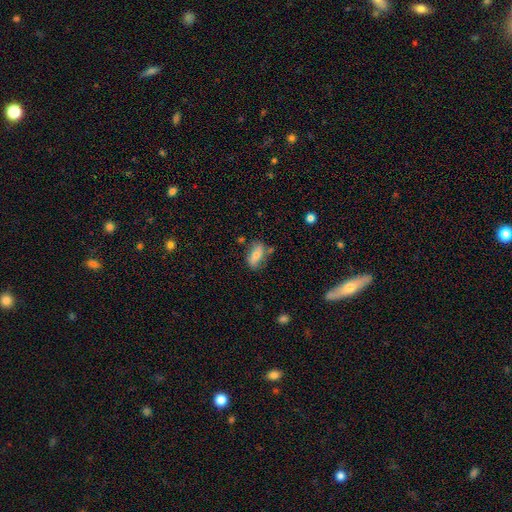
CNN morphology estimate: smooth 66%, featured or disk 26%, star or artifact 8%. Down the decision tree: how rounded — in between (80%); merging — none (67%).